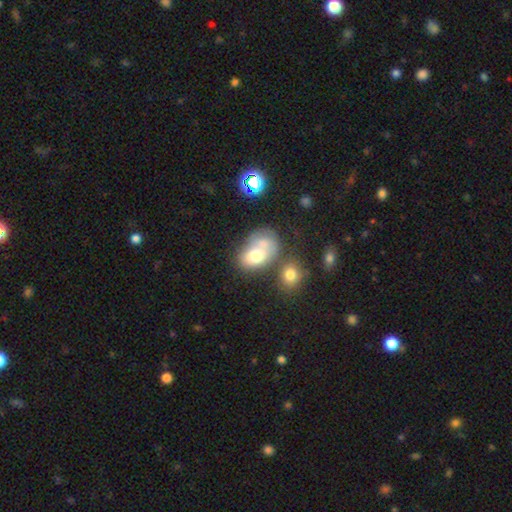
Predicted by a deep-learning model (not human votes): A smooth galaxy with no disk features (68%) that is in between round and cigar-shaped (74%). Merging: merger (47%).